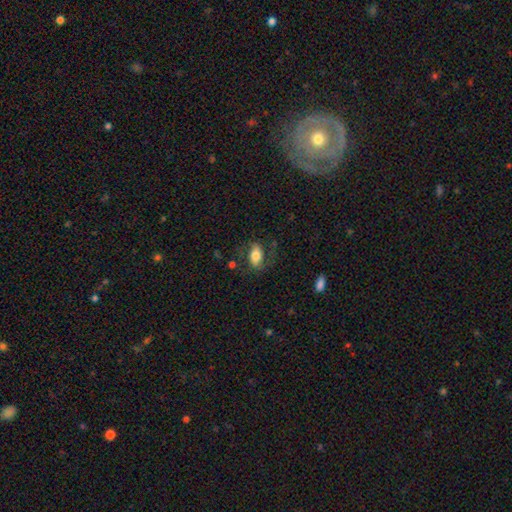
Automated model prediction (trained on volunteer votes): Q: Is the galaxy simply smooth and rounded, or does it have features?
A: smooth — 63%.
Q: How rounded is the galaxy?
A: in between — 89%.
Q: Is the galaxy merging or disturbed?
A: none — 64%.